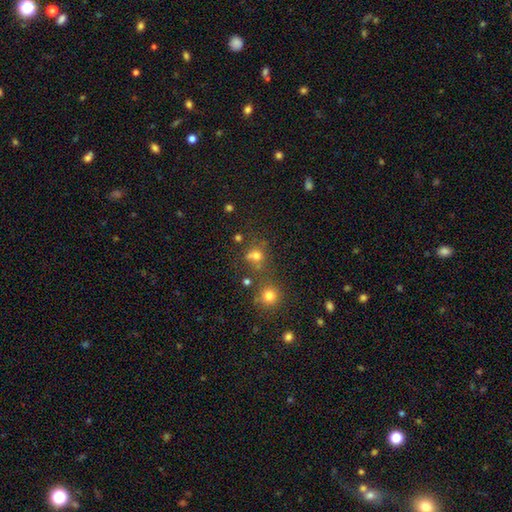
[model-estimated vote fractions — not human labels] Smooth or featured?
  - smooth: 67% *
  - star or artifact: 21%
  - featured or disk: 12%
How rounded?
  - round: 76% *
  - in between: 22%
  - cigar-shaped: 1%
Merging?
  - none: 50% *
  - merger: 30%
  - minor disturbance: 12%
  - major disturbance: 8%